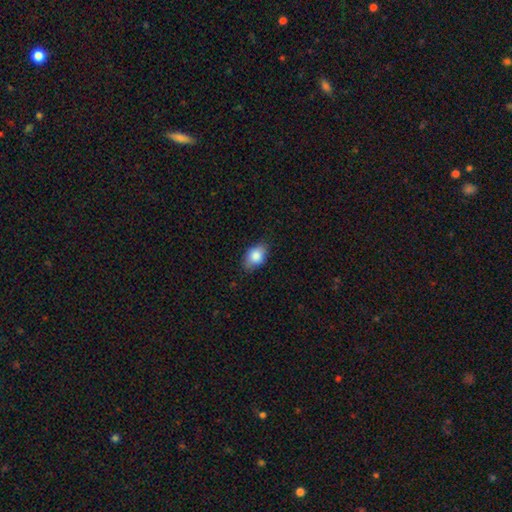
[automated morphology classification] type=smooth (85%); roundness=in between (84%); merging=none (79%).